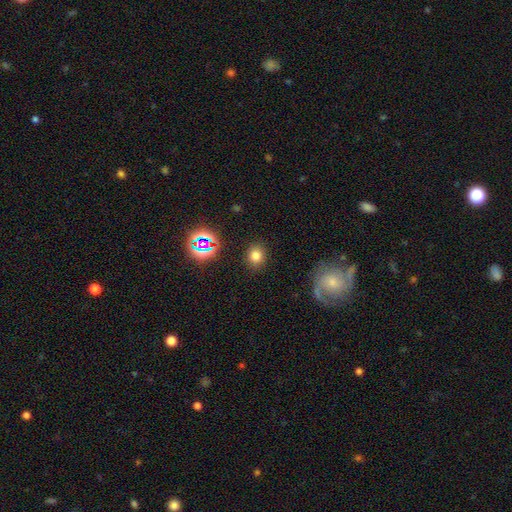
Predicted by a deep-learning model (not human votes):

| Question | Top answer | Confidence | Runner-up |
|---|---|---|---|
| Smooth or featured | smooth | 75% | star or artifact (18%) |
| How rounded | round | 66% | in between (33%) |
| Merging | none | 86% | minor disturbance (9%) |